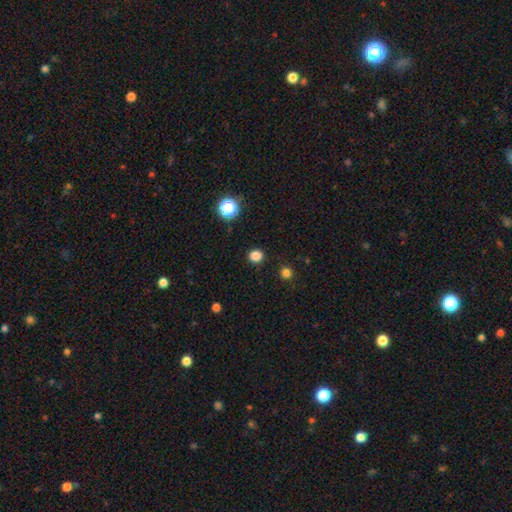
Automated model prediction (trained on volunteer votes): Morphology: type=smooth (83%); roundness=round (86%); merging=none (91%).